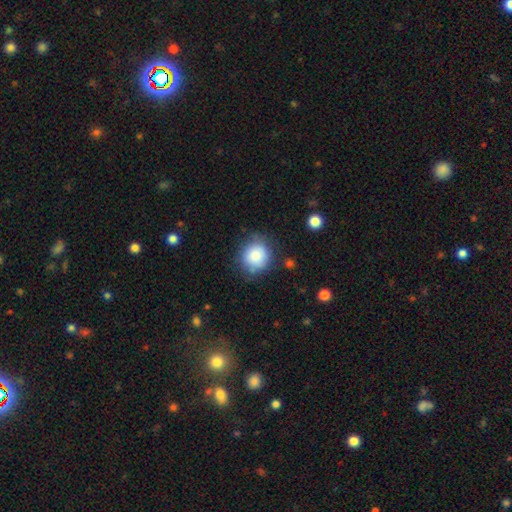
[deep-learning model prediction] Smooth or featured?
  - smooth: 82% *
  - featured or disk: 9%
  - star or artifact: 9%
How rounded?
  - round: 90% *
  - in between: 9%
  - cigar-shaped: 1%
Merging?
  - none: 74% *
  - minor disturbance: 18%
  - major disturbance: 5%
  - merger: 3%